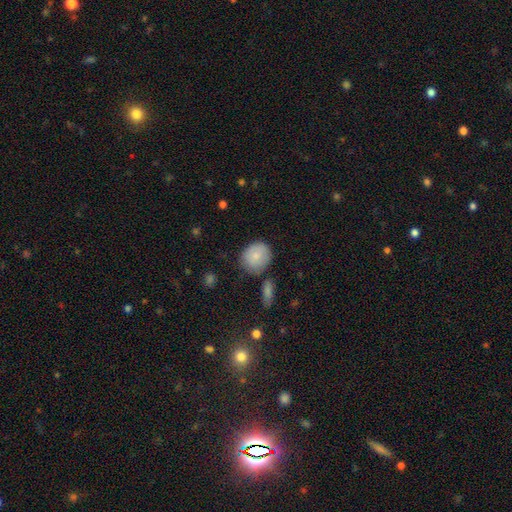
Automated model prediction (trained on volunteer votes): This is clearly a smooth galaxy (83%). How rounded: likely round (78%). Merging: likely none (72%).